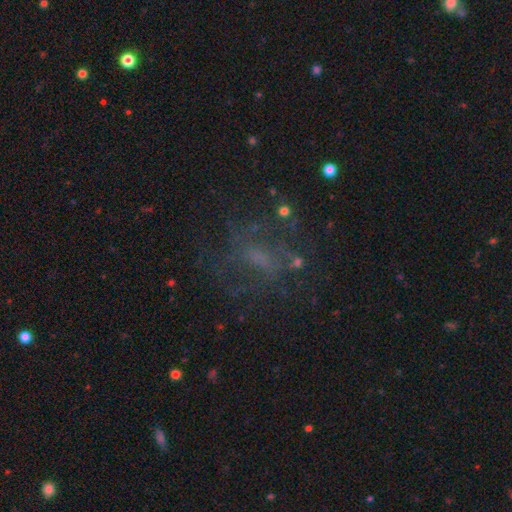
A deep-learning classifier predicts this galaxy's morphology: A featured or disk galaxy (50%).

Vote fractions:
- Smooth or featured? featured or disk: 50% / smooth: 27% / star or artifact: 22%
- Edge-on disk? no: 96% / yes: 4%
- Merging? none: 53% / major disturbance: 25% / minor disturbance: 18% / merger: 4%